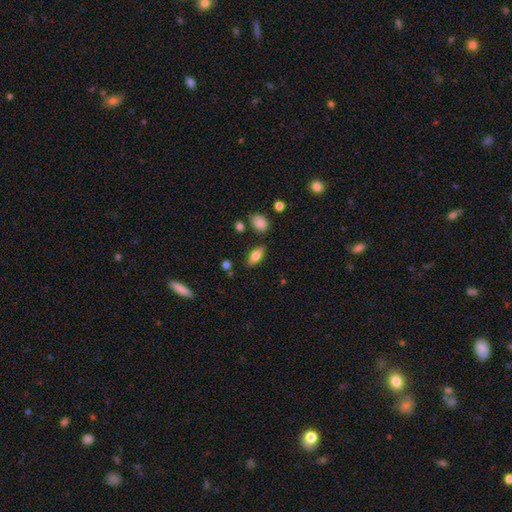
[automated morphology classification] Q: Smooth or featured?
A: smooth (80%); runner-up: featured or disk (12%)
Q: How rounded?
A: in between (87%); runner-up: cigar-shaped (10%)
Q: Merging?
A: none (83%); runner-up: minor disturbance (11%)